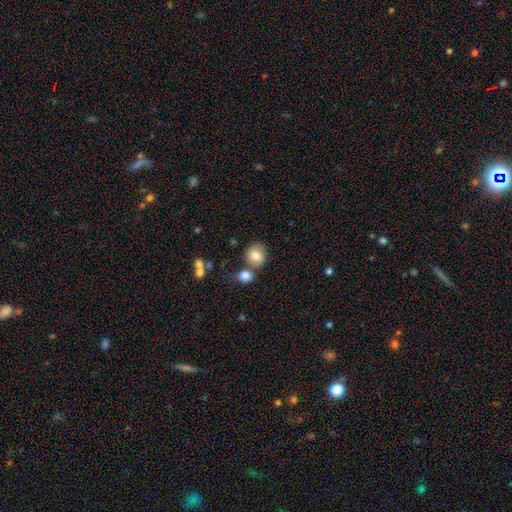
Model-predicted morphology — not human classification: This is clearly a smooth galaxy (80%). How rounded: likely round (78%). Merging: likely none (61%).